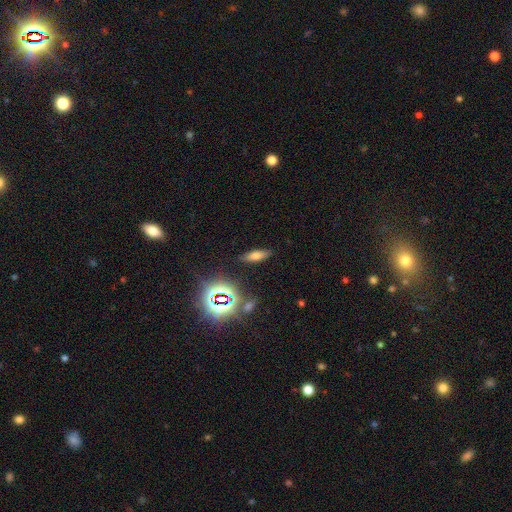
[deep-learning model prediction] Smooth or featured? Predicted: smooth (p=0.61). How rounded? Predicted: in between (p=0.58). Merging? Predicted: none (p=0.85).